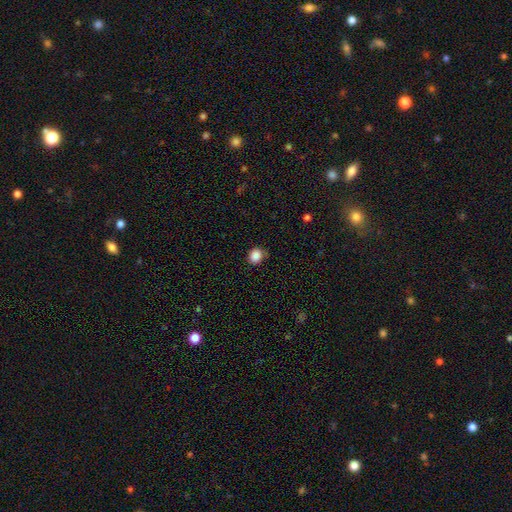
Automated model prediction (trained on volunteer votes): smooth 87%, star or artifact 10%, featured or disk 3%. Down the decision tree: how rounded — round (76%); merging — none (78%).